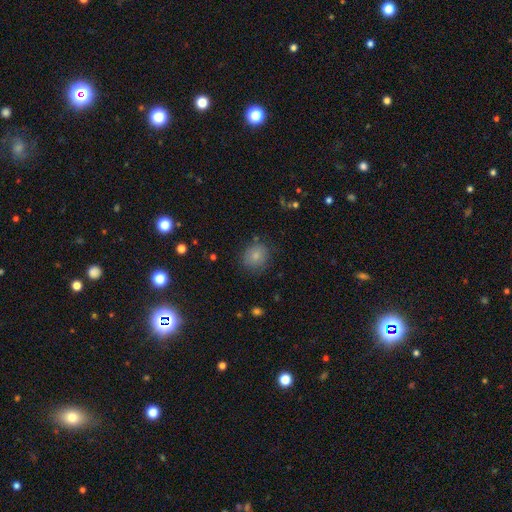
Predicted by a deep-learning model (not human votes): Smooth or featured? smooth (81%)
How rounded? round (78%)
Merging? none (78%)